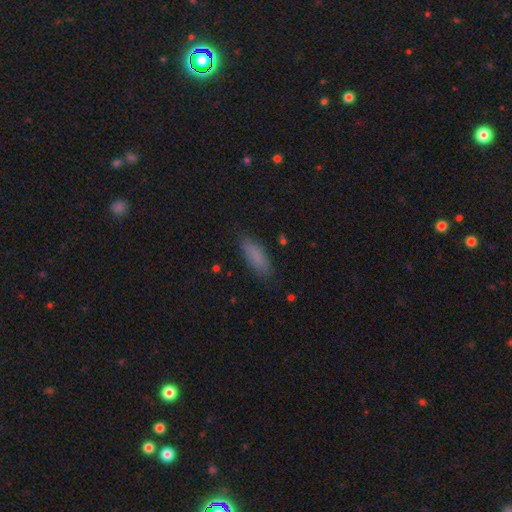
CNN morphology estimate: Smooth or featured? smooth (84%)
How rounded? in between (57%)
Merging? none (82%)